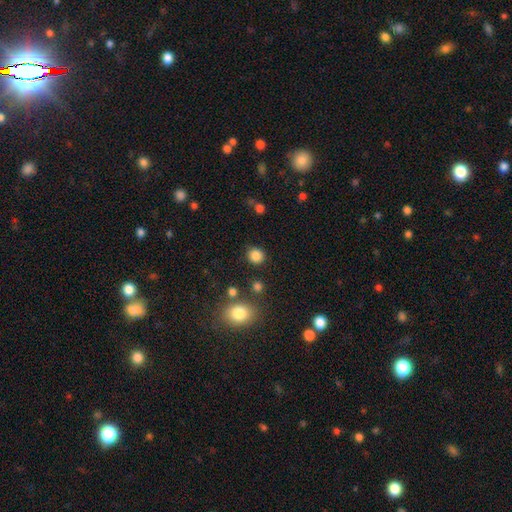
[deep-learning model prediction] smooth 85%, star or artifact 11%, featured or disk 4%. Down the decision tree: how rounded — round (87%); merging — none (87%).